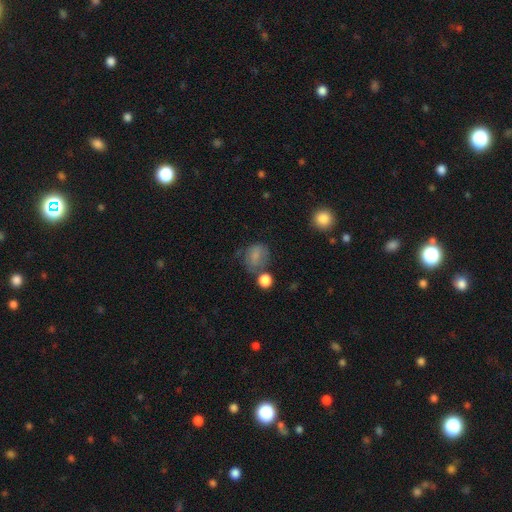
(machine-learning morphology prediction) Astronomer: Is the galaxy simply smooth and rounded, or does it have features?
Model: smooth — 75%.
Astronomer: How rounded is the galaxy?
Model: round — 59% (runner-up: in between, 40%).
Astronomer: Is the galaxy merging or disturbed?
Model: none — 54%.